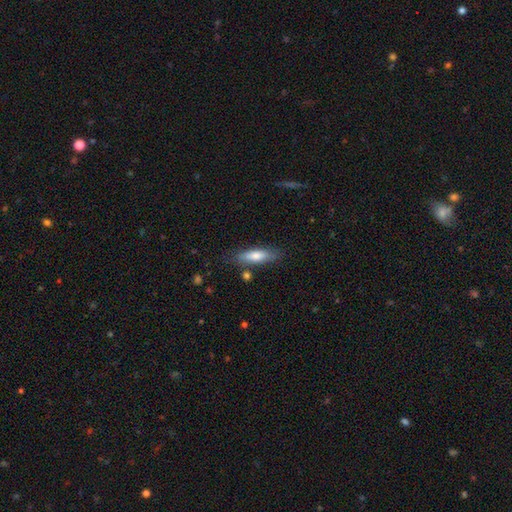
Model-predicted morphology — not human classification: A smooth galaxy with no disk features (69%) that is cigar-shaped (63%).

Vote fractions:
- Smooth or featured? smooth: 69% / featured or disk: 24% / star or artifact: 7%
- How rounded? cigar-shaped: 63% / in between: 36% / round: 2%
- Merging? none: 79% / minor disturbance: 14% / merger: 4% / major disturbance: 3%